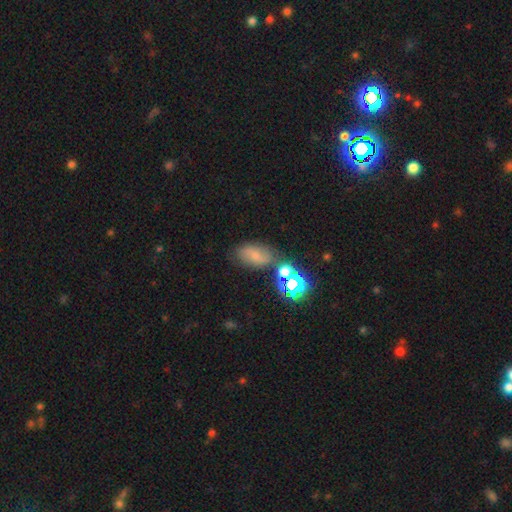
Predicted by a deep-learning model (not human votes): Smooth or featured: smooth — 50% (featured or disk — 26%)
Merging: none — 62% (minor disturbance — 18%)